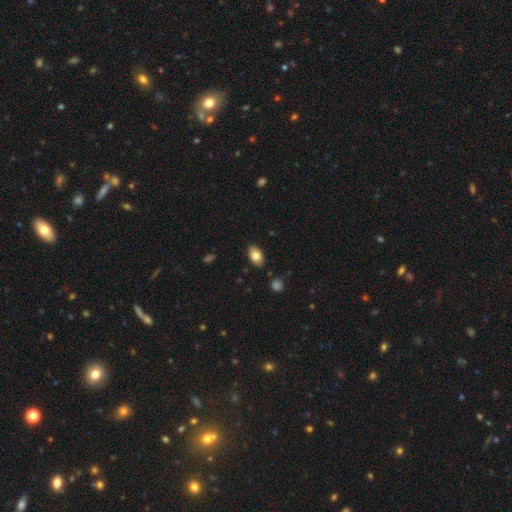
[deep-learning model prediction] A smooth galaxy with no disk features (82%) that is in between round and cigar-shaped (90%). Merging: none (85%).